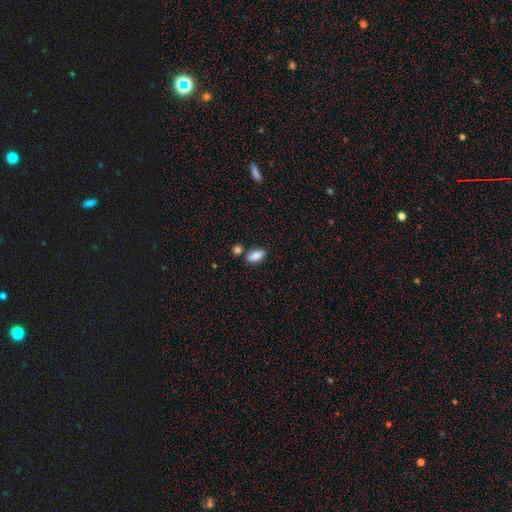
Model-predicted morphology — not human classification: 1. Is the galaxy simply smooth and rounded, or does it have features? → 84% smooth, 9% featured or disk, 7% star or artifact.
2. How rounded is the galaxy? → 84% in between, 11% cigar-shaped, 5% round.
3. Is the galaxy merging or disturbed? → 76% none, 11% minor disturbance, 10% merger, 3% major disturbance.